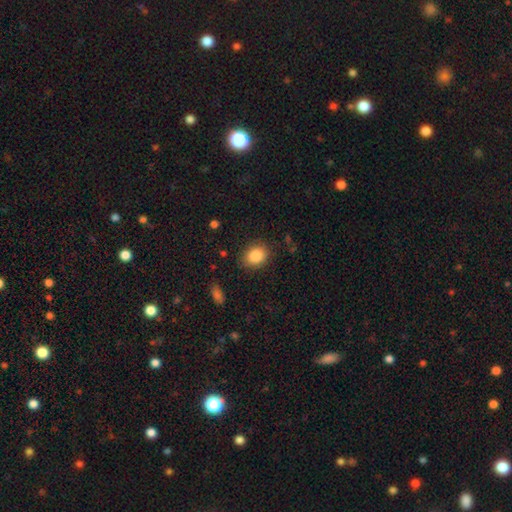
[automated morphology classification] This is clearly a smooth galaxy (85%). How rounded: possibly in between (53%). Merging: clearly none (84%).